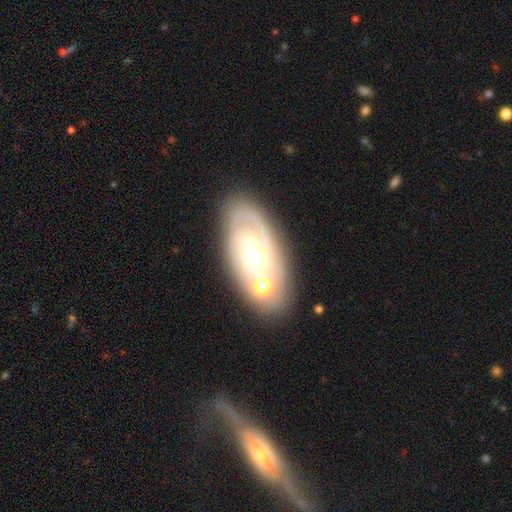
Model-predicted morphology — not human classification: featured or disk 74%, smooth 19%, star or artifact 7%. Down the decision tree: edge-on disk — no (92%); bar — no (51%); spiral arms — yes (82%); spiral arm count — 2 (36%); spiral winding — tight (54%); bulge size — moderate (61%); merging — none (63%).